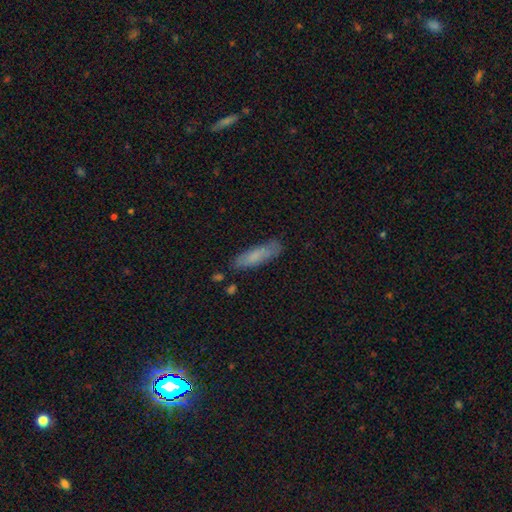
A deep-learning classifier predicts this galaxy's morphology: Smooth or featured? smooth (78%)
How rounded? cigar-shaped (68%)
Merging? none (79%)